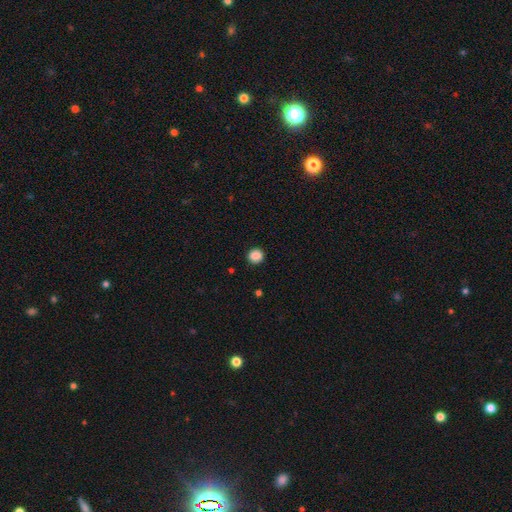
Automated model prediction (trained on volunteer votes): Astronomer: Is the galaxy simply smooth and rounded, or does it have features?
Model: smooth — 87%.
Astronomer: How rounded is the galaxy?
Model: round — 84%.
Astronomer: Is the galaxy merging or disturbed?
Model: none — 90%.